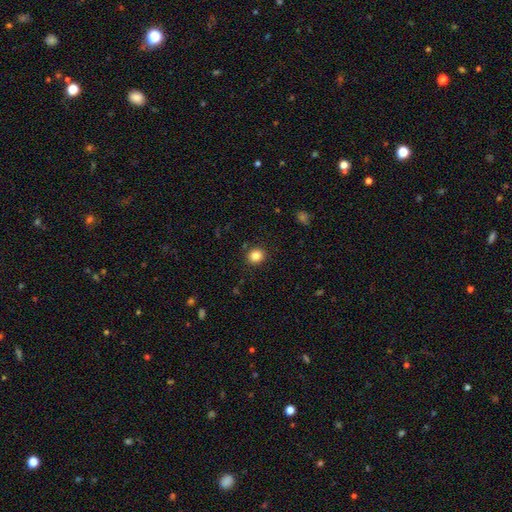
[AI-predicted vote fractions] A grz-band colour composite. It shows a smooth galaxy with no disk features (85%) that is round (84%). Merging: none (89%).